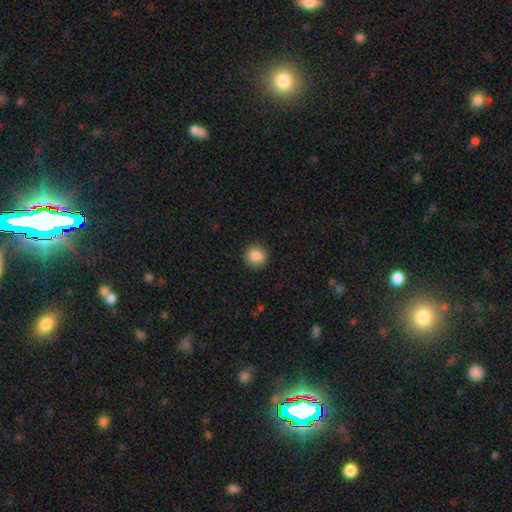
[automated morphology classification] smooth 87%, star or artifact 9%, featured or disk 4%. Down the decision tree: how rounded — round (90%); merging — none (90%).